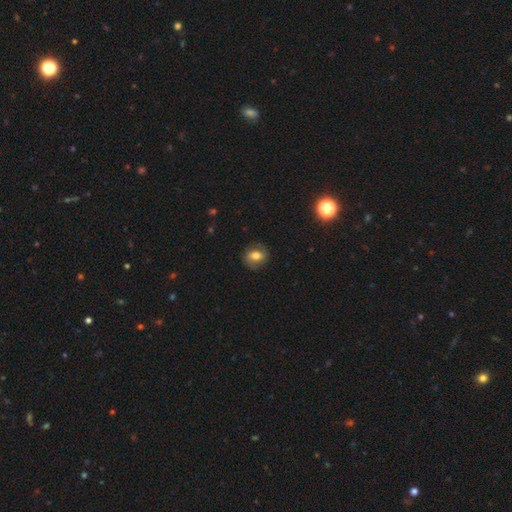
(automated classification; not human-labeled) The model was most divided on "how rounded": round: 51%, in between: 47%, cigar-shaped: 2%. More confident: merging — none (80%); smooth or featured — smooth (60%).